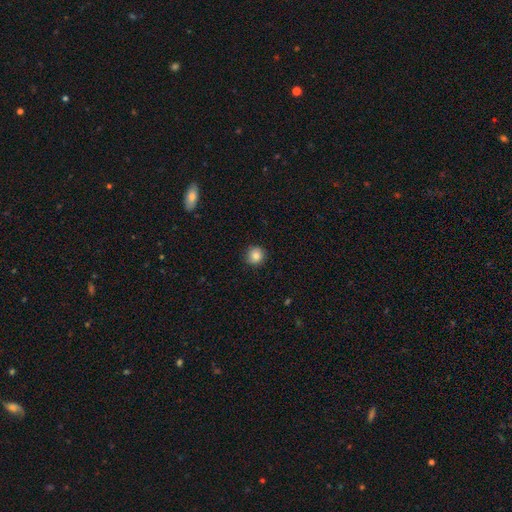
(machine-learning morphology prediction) smooth-or-featured: smooth: 84% | star or artifact: 10% | featured or disk: 6%
  how-rounded: round: 92% | in between: 7% | cigar-shaped: 1%
  merging: none: 89% | minor disturbance: 8% | major disturbance: 2% | merger: 1%